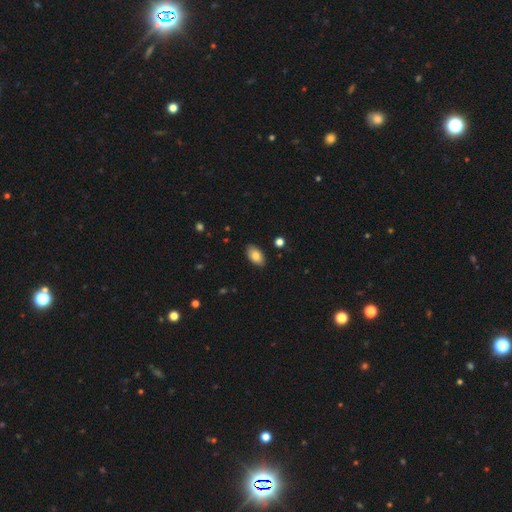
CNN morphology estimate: Smooth or featured?
  - smooth: 81% *
  - featured or disk: 12%
  - star or artifact: 7%
How rounded?
  - in between: 94% *
  - round: 4%
  - cigar-shaped: 2%
Merging?
  - none: 88% *
  - minor disturbance: 9%
  - major disturbance: 2%
  - merger: 1%